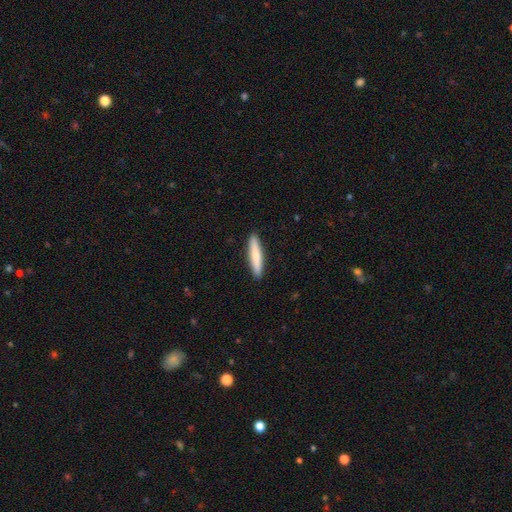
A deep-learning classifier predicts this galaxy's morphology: Smooth or featured: smooth — 76% (featured or disk — 19%)
How rounded: cigar-shaped — 90% (in between — 9%)
Merging: none — 92% (minor disturbance — 6%)